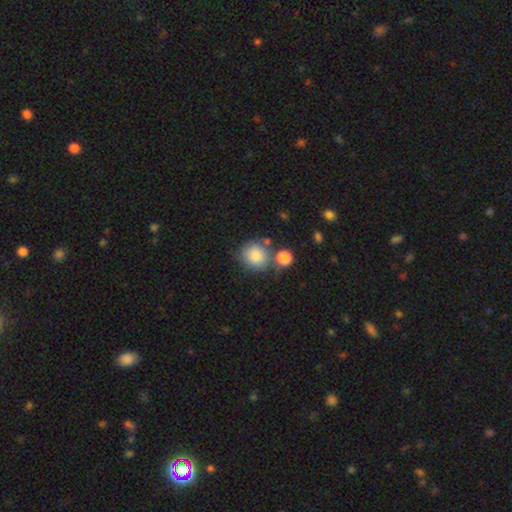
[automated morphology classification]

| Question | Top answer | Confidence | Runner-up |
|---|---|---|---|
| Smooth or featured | smooth | 84% | star or artifact (9%) |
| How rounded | round | 83% | in between (16%) |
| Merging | none | 61% | merger (19%) |